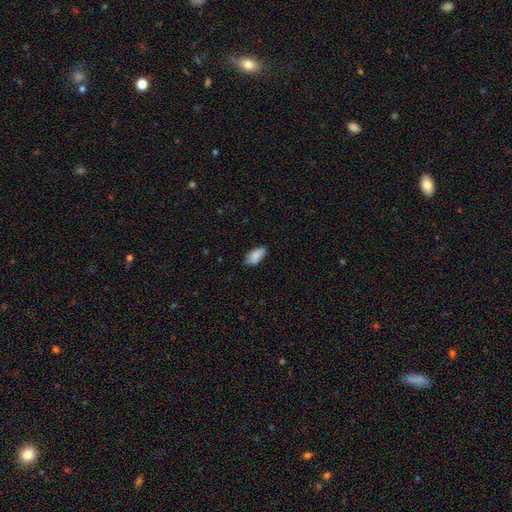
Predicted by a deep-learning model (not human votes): Overall: smooth (85%). How rounded: in between (91%). Merging: none (70%).